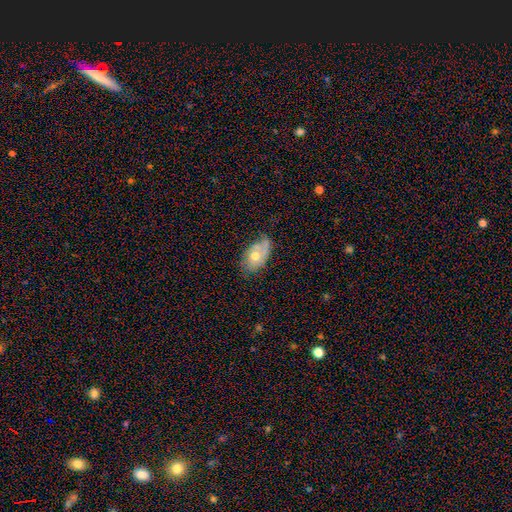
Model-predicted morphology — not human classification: This is possibly a featured or disk galaxy (48%). Merging: possibly none (51%).